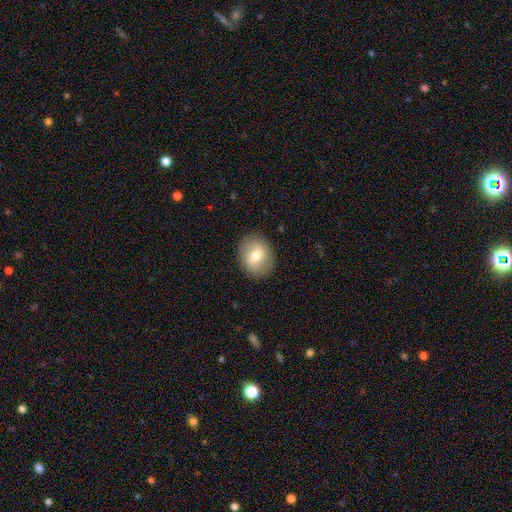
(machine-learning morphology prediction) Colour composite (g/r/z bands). It shows a smooth galaxy with no disk features (70%) that is round (53%). Merging: none (87%).